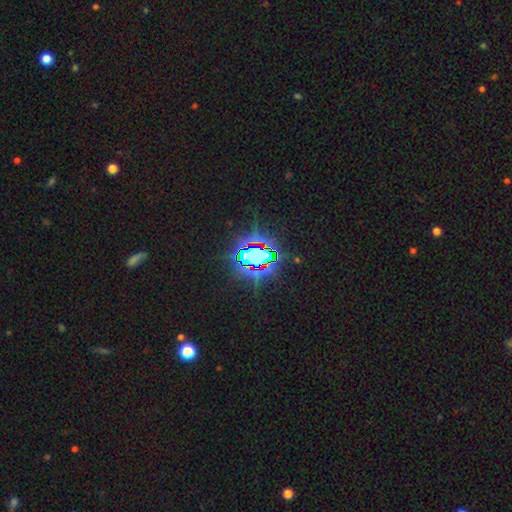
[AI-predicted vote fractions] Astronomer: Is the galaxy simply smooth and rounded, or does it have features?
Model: star or artifact — 78%.